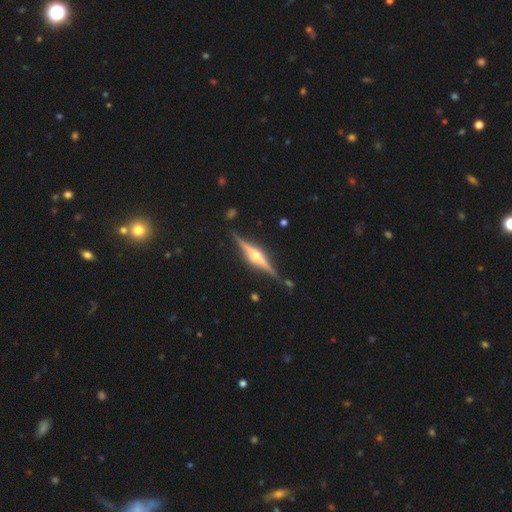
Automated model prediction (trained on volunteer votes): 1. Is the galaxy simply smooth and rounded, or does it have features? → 85% featured or disk, 9% smooth, 5% star or artifact.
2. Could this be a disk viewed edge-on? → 98% yes, 2% no.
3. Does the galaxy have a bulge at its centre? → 93% rounded, 5% boxy, 2% none.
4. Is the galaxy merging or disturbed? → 87% none, 9% minor disturbance, 2% merger, 2% major disturbance.